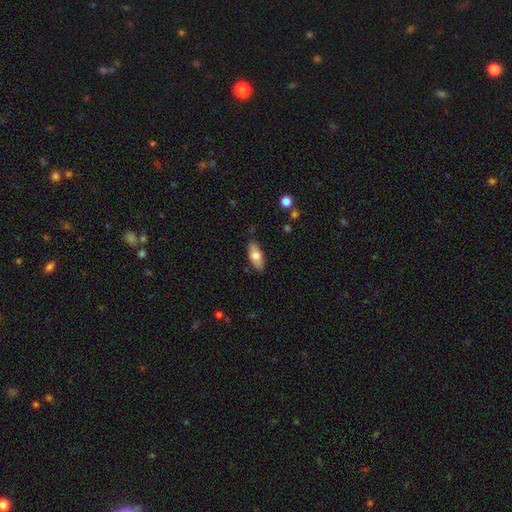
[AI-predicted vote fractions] smooth_or_featured: smooth (p=0.73) [alt: featured or disk p=0.21]
how_rounded: in between (p=0.82) [alt: cigar-shaped p=0.15]
merging: none (p=0.85) [alt: minor disturbance p=0.12]